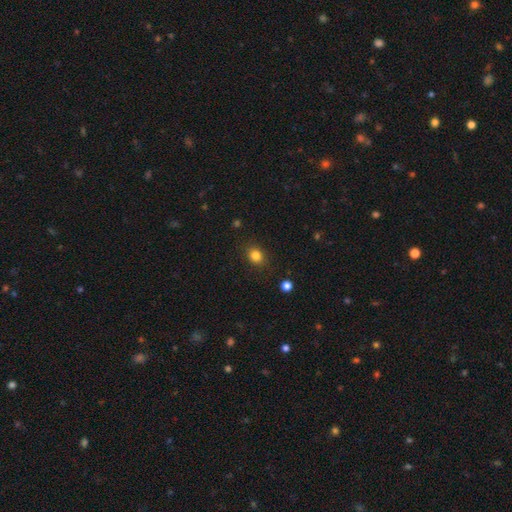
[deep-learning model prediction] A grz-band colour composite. It shows a smooth galaxy with no disk features (83%) that is round (67%). Merging: none (87%).